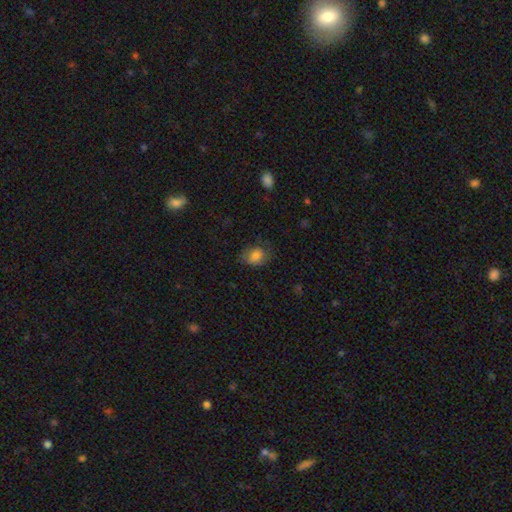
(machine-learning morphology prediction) Smooth or featured? Predicted: smooth (p=0.78). How rounded? Predicted: in between (p=0.63). Merging? Predicted: none (p=0.66).